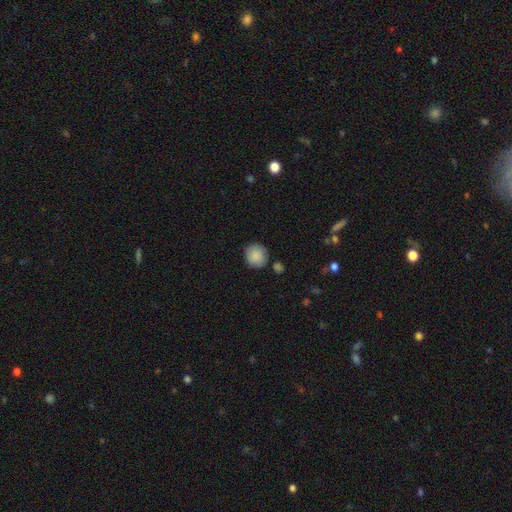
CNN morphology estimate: Smooth or featured?
  - smooth: 88% *
  - star or artifact: 7%
  - featured or disk: 5%
How rounded?
  - round: 88% *
  - in between: 11%
  - cigar-shaped: 1%
Merging?
  - none: 80% *
  - minor disturbance: 13%
  - merger: 5%
  - major disturbance: 3%